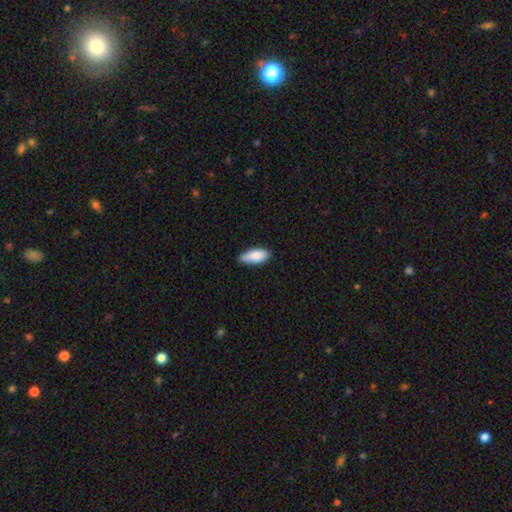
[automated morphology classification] The model was most divided on "merging": none: 68%, minor disturbance: 27%, major disturbance: 3%, merger: 2%. More confident: smooth or featured — smooth (86%); how rounded — in between (86%).